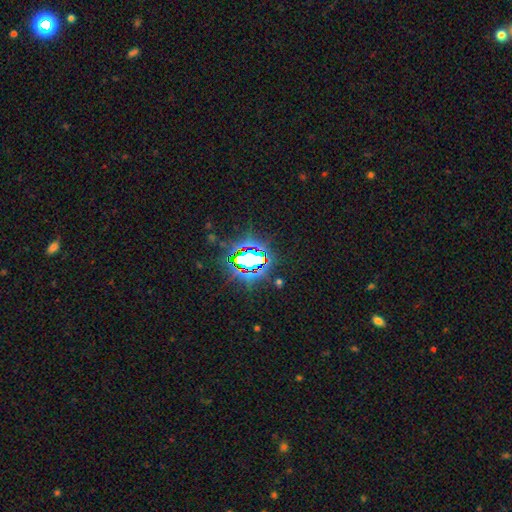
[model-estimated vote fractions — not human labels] A star or artifact, not a galaxy (76%).

Vote fractions:
- Smooth or featured? star or artifact: 76% / smooth: 14% / featured or disk: 10%